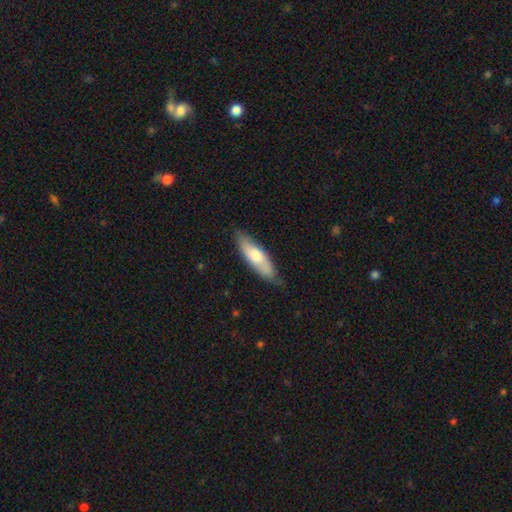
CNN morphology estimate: smooth_or_featured: smooth (p=0.65) [alt: featured or disk p=0.29]
how_rounded: cigar-shaped (p=0.56) [alt: in between p=0.42]
merging: none (p=0.74) [alt: minor disturbance p=0.21]